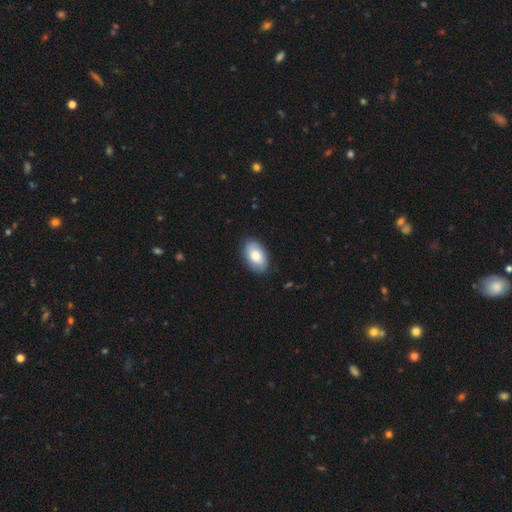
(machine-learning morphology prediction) type=smooth (77%); roundness=in between (94%); merging=none (86%).